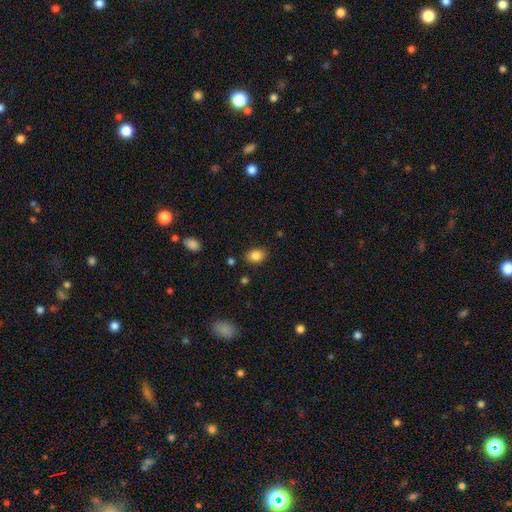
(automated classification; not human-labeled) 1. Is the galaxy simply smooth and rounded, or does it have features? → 84% smooth, 9% star or artifact, 6% featured or disk.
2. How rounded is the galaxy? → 69% in between, 30% round, 1% cigar-shaped.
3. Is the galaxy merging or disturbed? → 85% none, 10% minor disturbance, 3% major disturbance, 2% merger.